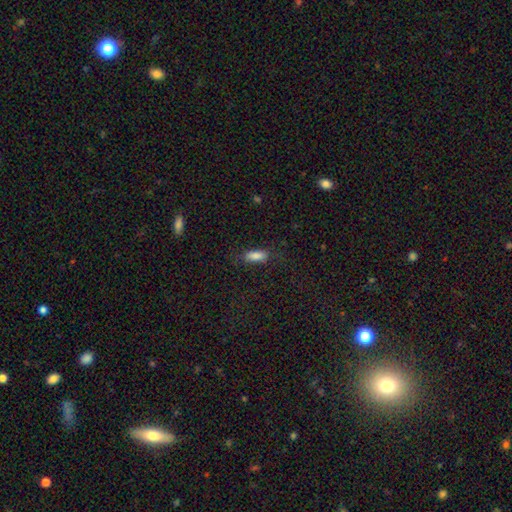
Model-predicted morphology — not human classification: This is clearly a smooth galaxy (83%). How rounded: likely in between (73%). Merging: likely none (73%).